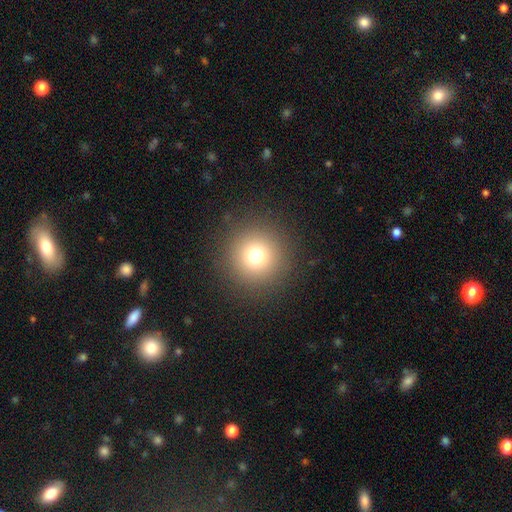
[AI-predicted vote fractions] smooth-or-featured: smooth: 74% | star or artifact: 17% | featured or disk: 9%
  how-rounded: round: 96% | in between: 3% | cigar-shaped: 1%
  merging: none: 91% | minor disturbance: 5% | major disturbance: 3% | merger: 1%